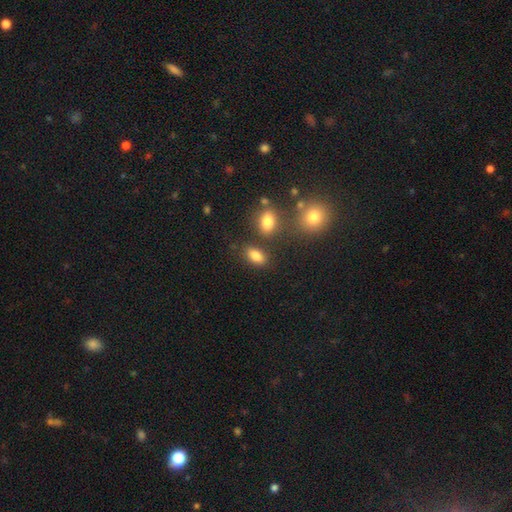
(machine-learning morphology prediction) A smooth galaxy with no disk features (83%) that is in between round and cigar-shaped (87%). Merging: none (75%).